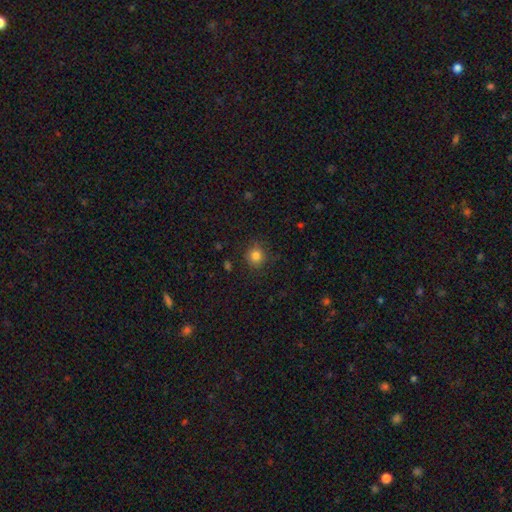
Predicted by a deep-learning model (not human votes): The model was most divided on "smooth or featured": smooth: 83%, star or artifact: 12%, featured or disk: 5%. More confident: how rounded — round (90%); merging — none (86%).